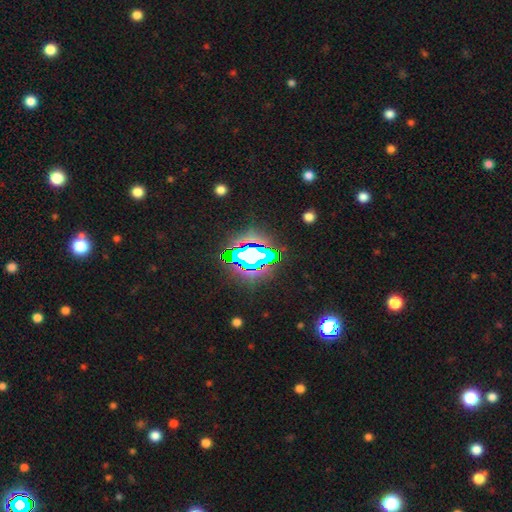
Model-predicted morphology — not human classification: Smooth or featured? Predicted: star or artifact (p=0.73).